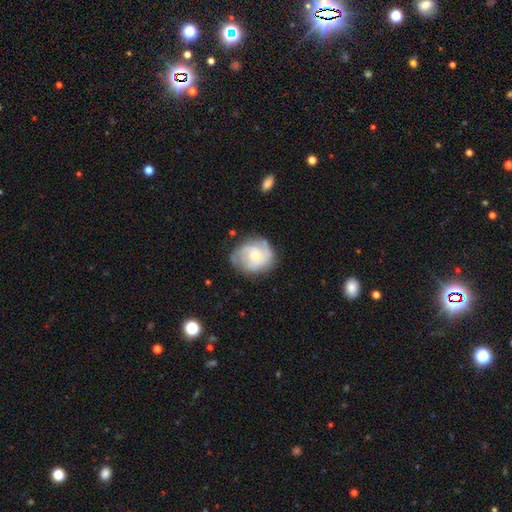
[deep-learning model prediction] This appears to be a featured or disk galaxy (64%) with no bar (74%), tight (48%) spiral arms (81%) and a moderate central bulge (49%). Merging: none (65%).